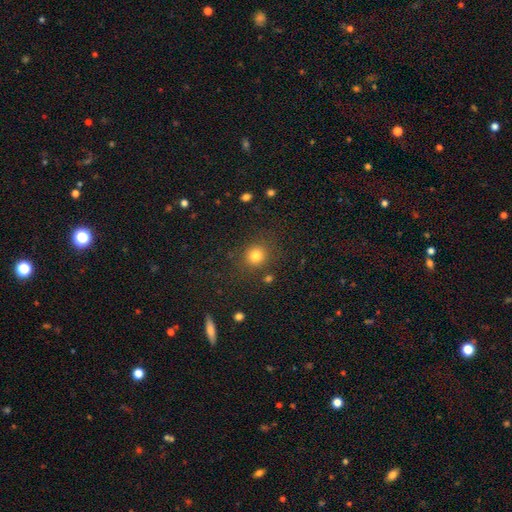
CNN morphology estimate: A smooth galaxy with no disk features (80%) that is round (88%).

Vote fractions:
- Smooth or featured? smooth: 80% / star or artifact: 13% / featured or disk: 6%
- How rounded? round: 88% / in between: 11% / cigar-shaped: 1%
- Merging? none: 84% / minor disturbance: 9% / major disturbance: 4% / merger: 3%